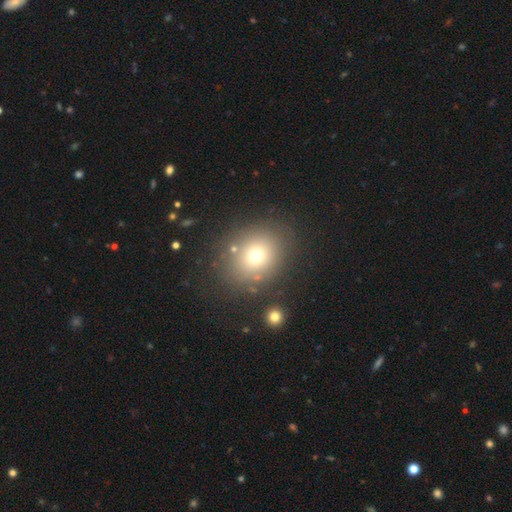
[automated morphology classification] Q: Smooth or featured?
A: smooth (69%); runner-up: star or artifact (17%)
Q: How rounded?
A: round (67%); runner-up: in between (33%)
Q: Merging?
A: none (79%); runner-up: minor disturbance (11%)